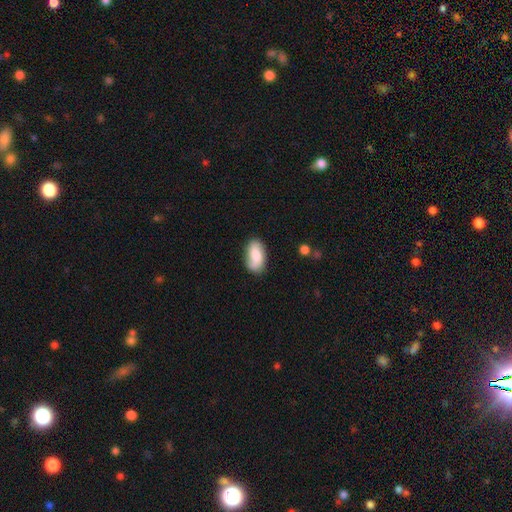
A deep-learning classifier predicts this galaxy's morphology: Overall: smooth (65%; featured or disk 28%). How rounded: in between (92%). Merging: none (73%).